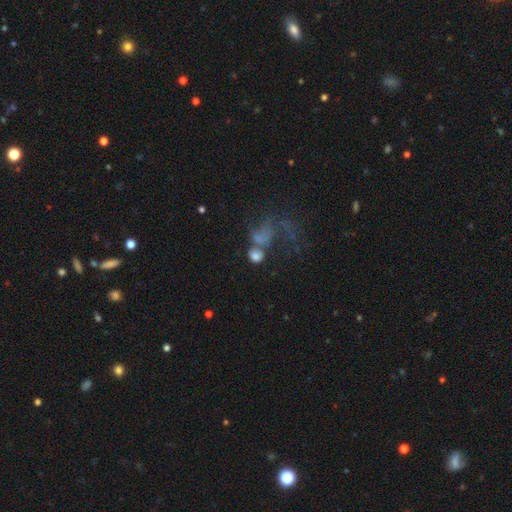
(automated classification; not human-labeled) A smooth galaxy with no disk features (70%) that is round (59%).

Vote fractions:
- Smooth or featured? smooth: 70% / featured or disk: 16% / star or artifact: 14%
- How rounded? round: 59% / in between: 40% / cigar-shaped: 2%
- Merging? merger: 40% / none: 29% / major disturbance: 20% / minor disturbance: 11%